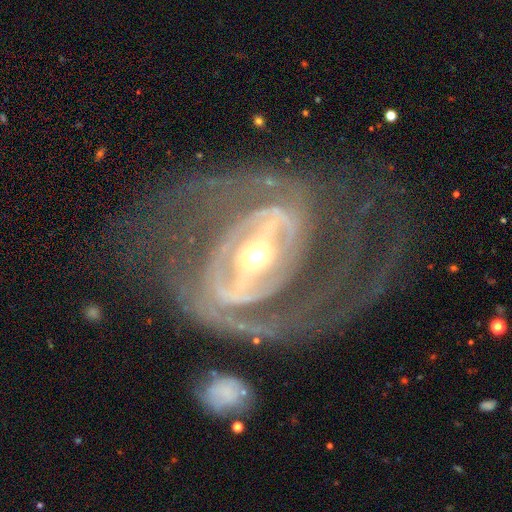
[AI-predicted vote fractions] Overall: featured or disk (89%). Edge-on disk: no (95%). Bar: strong (64%; weak 24%). Spiral arms: yes (84%). Spiral arm count: 2 (68%). Spiral winding: tight (42%; medium 39%). Bulge size: moderate (60%; small 30%). Merging: none (53%; major disturbance 26%).